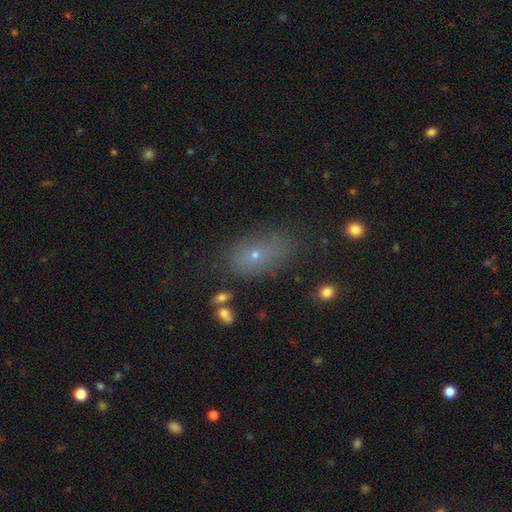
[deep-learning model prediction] This is possibly a smooth galaxy (56%). How rounded: clearly in between (82%). Merging: likely none (78%).